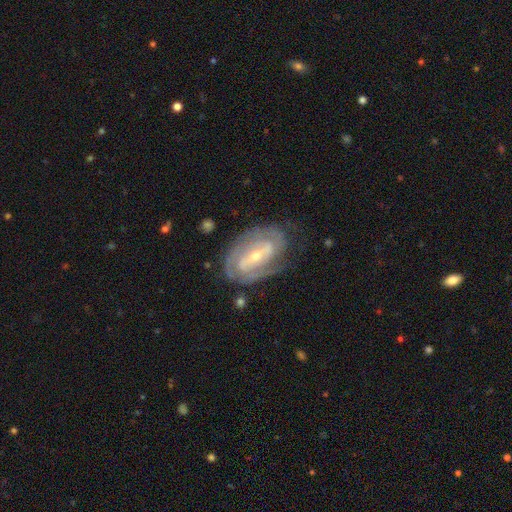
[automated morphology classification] Smooth or featured?
  - featured or disk: 86% *
  - smooth: 9%
  - star or artifact: 5%
Edge-on disk?
  - no: 95% *
  - yes: 5%
Bar?
  - strong: 46% *
  - weak: 35%
  - no: 18%
Spiral arms?
  - yes: 92% *
  - no: 8%
Spiral winding?
  - tight: 62% *
  - medium: 30%
  - loose: 8%
Spiral arm count?
  - 2: 55% *
  - can't tell: 23%
  - 3: 12%
  - 1: 4%
  - 4: 4%
  - more than 4: 3%
Bulge size?
  - small: 59% *
  - moderate: 38%
  - large: 1%
  - none: 1%
  - dominant: 1%
Merging?
  - none: 71% *
  - minor disturbance: 19%
  - major disturbance: 8%
  - merger: 2%